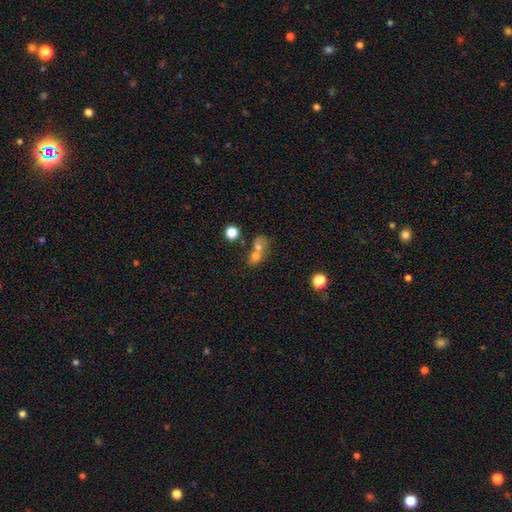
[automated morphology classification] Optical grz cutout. It shows a smooth galaxy with no disk features (67%) that is round (56%). Merging: merger (67%).